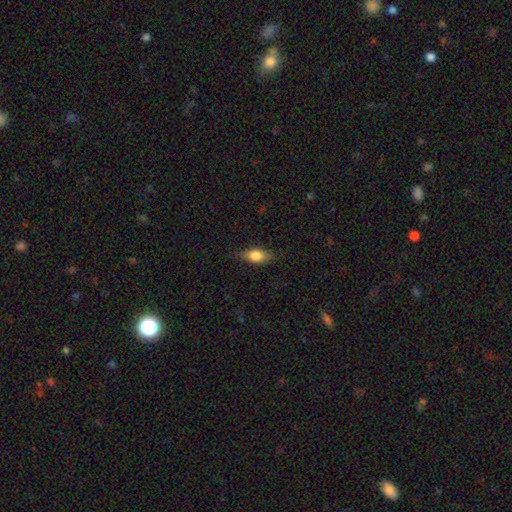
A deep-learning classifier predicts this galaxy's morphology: Q: Smooth or featured?
A: smooth (75%); runner-up: featured or disk (18%)
Q: How rounded?
A: in between (80%); runner-up: cigar-shaped (13%)
Q: Merging?
A: none (81%); runner-up: minor disturbance (14%)